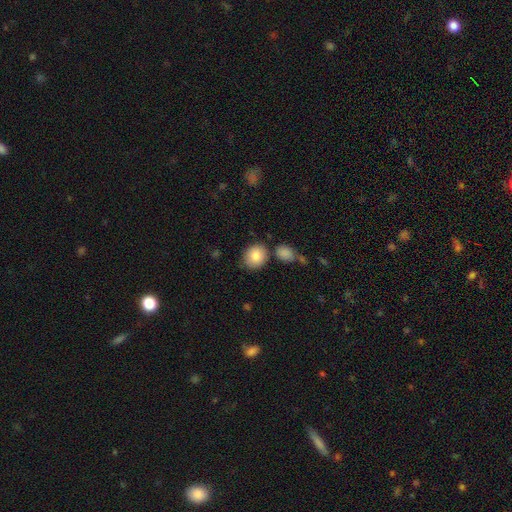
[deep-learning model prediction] smooth 85%, star or artifact 8%, featured or disk 8%. Down the decision tree: how rounded — round (68%); merging — none (75%).